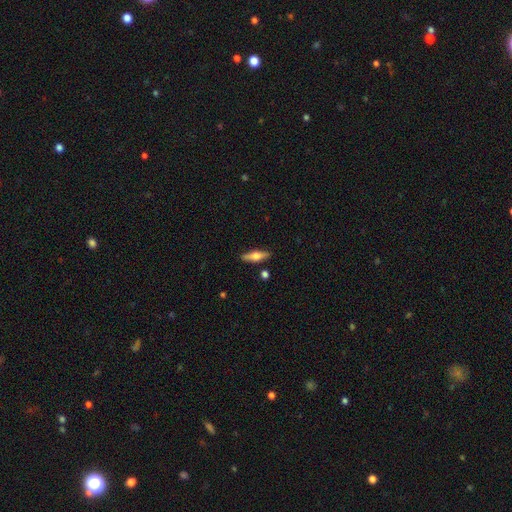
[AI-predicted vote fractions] This appears to be a featured or disk galaxy (48%). Merging: none (87%).